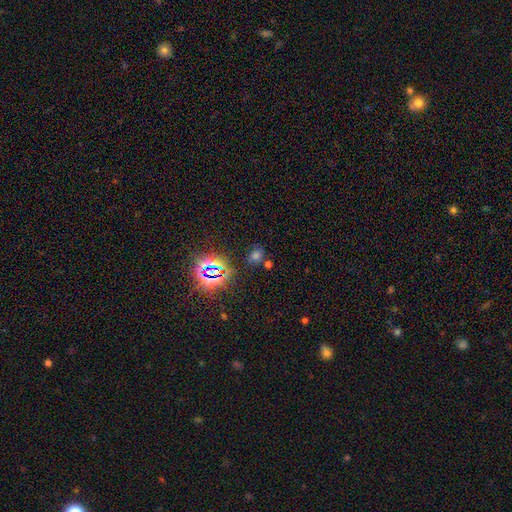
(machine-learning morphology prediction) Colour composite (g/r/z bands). It shows a star or artifact, not a galaxy (47%).